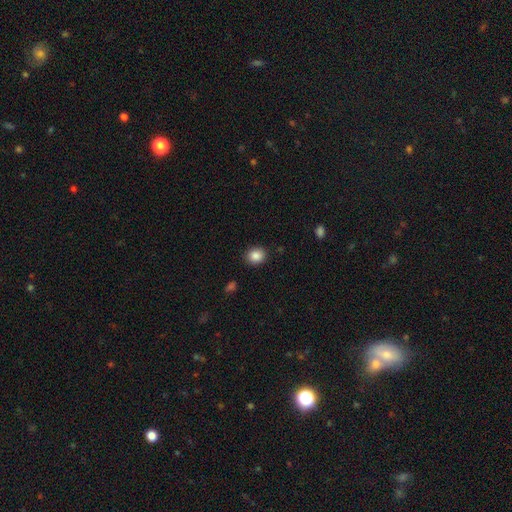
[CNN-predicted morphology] smooth-or-featured: smooth: 87% | star or artifact: 9% | featured or disk: 4%
  how-rounded: round: 64% | in between: 35% | cigar-shaped: 1%
  merging: none: 89% | minor disturbance: 8% | major disturbance: 2% | merger: 1%